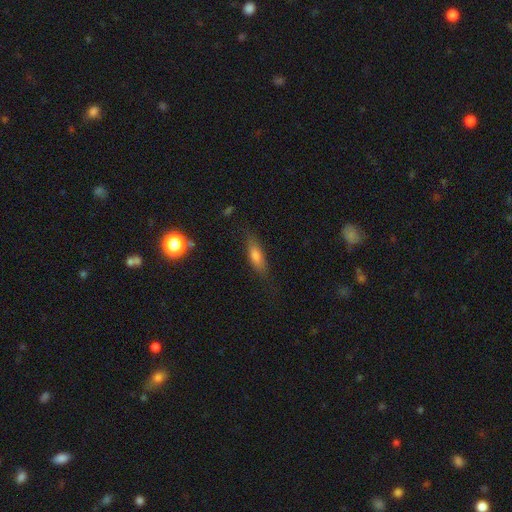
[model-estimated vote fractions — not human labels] Smooth or featured: smooth — 73% (featured or disk — 18%)
How rounded: in between — 52% (cigar-shaped — 45%)
Merging: none — 78% (minor disturbance — 16%)